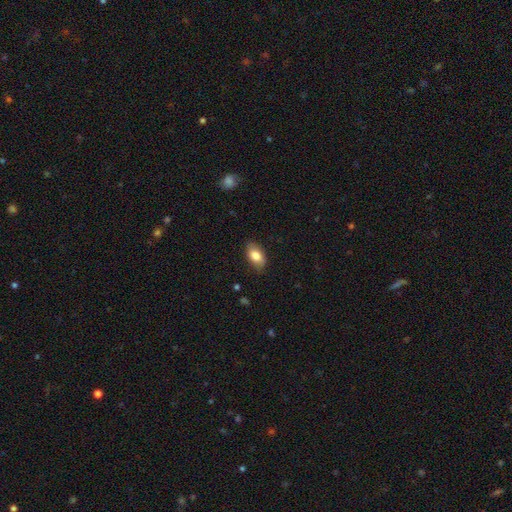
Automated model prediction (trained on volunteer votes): smooth 82%, featured or disk 11%, star or artifact 7%. Down the decision tree: how rounded — in between (92%); merging — none (83%).